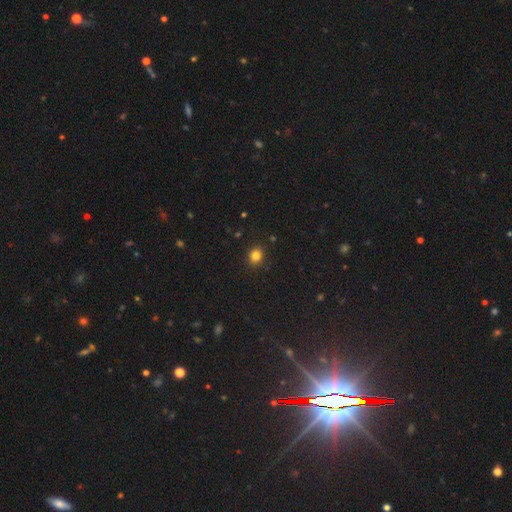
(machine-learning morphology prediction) smooth-or-featured: smooth: 83% | star or artifact: 13% | featured or disk: 5%
  how-rounded: round: 74% | in between: 25% | cigar-shaped: 1%
  merging: none: 89% | minor disturbance: 7% | major disturbance: 2% | merger: 1%